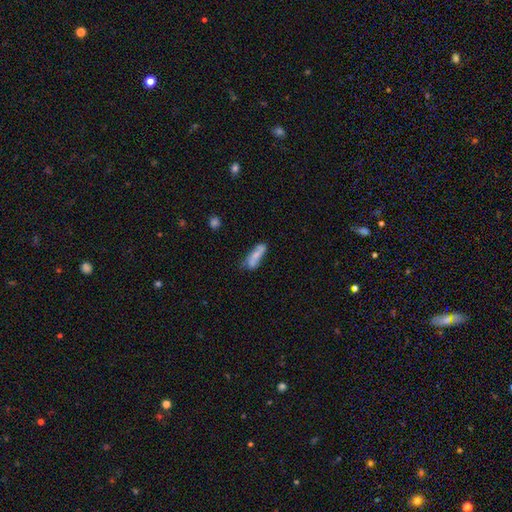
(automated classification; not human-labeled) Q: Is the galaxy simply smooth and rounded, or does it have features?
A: smooth — 62%.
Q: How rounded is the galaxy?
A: in between — 53%.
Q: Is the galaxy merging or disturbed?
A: none — 47%.